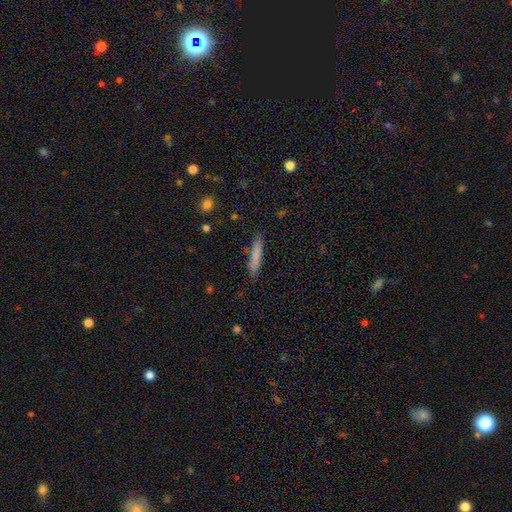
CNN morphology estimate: A smooth galaxy with no disk features (80%) that is cigar-shaped (89%). Merging: none (84%).